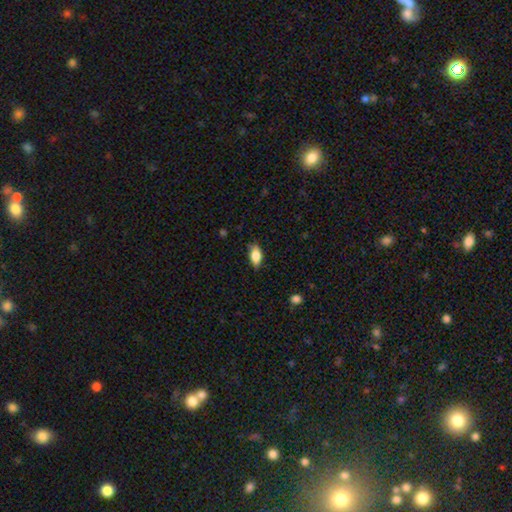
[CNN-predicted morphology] Smooth or featured? Predicted: smooth (p=0.77). How rounded? Predicted: in between (p=0.87). Merging? Predicted: none (p=0.78).